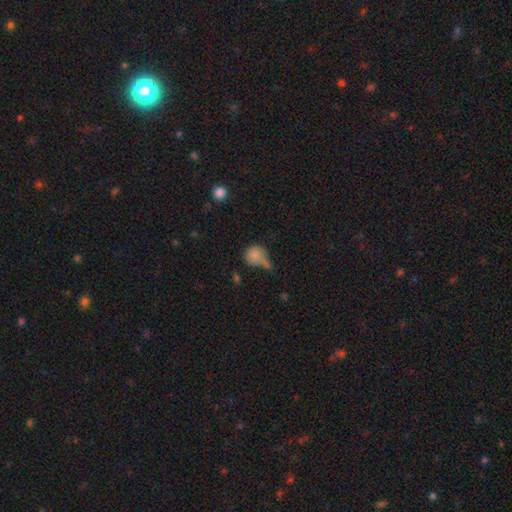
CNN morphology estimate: type=smooth (80%); roundness=round (79%); merging=none (39%).